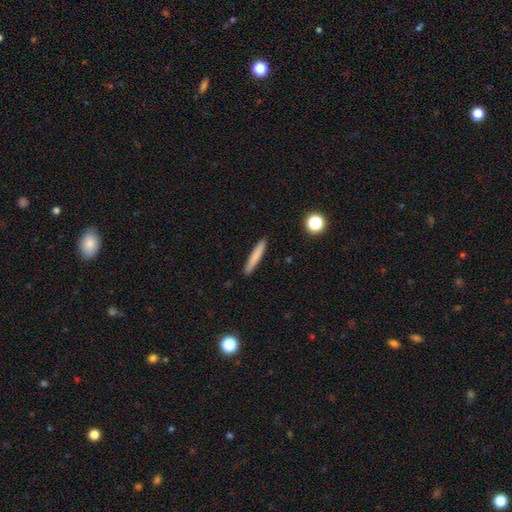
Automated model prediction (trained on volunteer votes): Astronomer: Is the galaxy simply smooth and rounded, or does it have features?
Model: smooth — 77%.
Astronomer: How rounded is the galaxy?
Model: cigar-shaped — 94%.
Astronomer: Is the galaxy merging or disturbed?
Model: none — 90%.